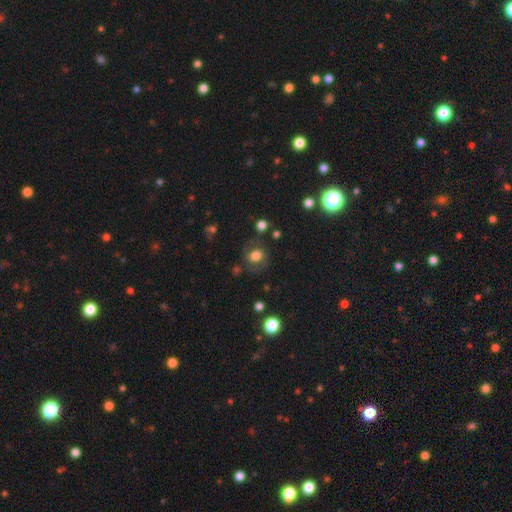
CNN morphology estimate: Smooth or featured?
  - smooth: 67% *
  - featured or disk: 21%
  - star or artifact: 12%
How rounded?
  - round: 61% *
  - in between: 38%
  - cigar-shaped: 1%
Merging?
  - none: 69% *
  - minor disturbance: 17%
  - major disturbance: 11%
  - merger: 3%